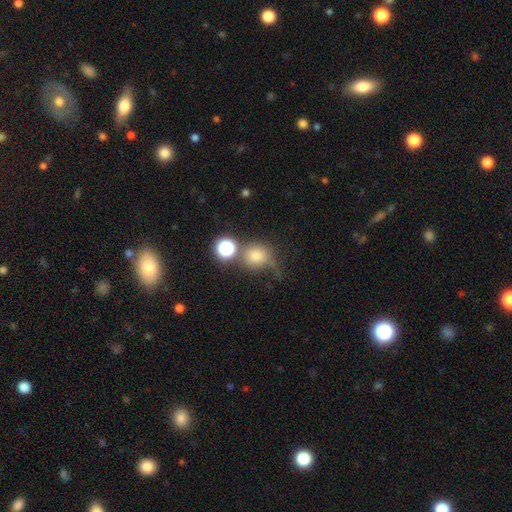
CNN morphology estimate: A smooth galaxy with no disk features (71%) that is round (83%). Merging: none (48%).